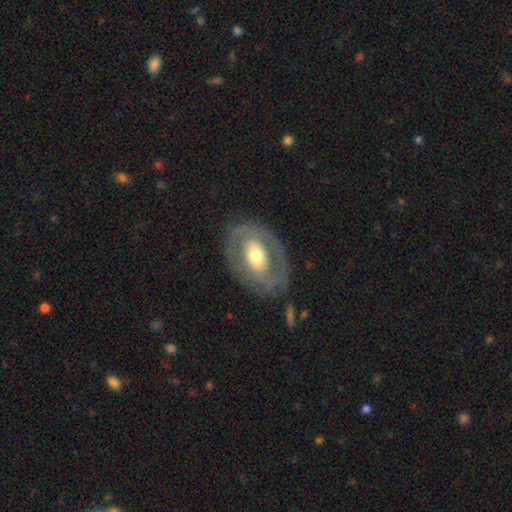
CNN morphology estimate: Smooth or featured?
  - featured or disk: 65% *
  - smooth: 29%
  - star or artifact: 5%
Edge-on disk?
  - no: 93% *
  - yes: 7%
Bar?
  - no: 61% *
  - weak: 24%
  - strong: 15%
Spiral arms?
  - no: 63% *
  - yes: 37%
Bulge size?
  - moderate: 62% *
  - large: 18%
  - small: 17%
  - dominant: 2%
  - none: 1%
Merging?
  - none: 76% *
  - minor disturbance: 14%
  - major disturbance: 8%
  - merger: 2%